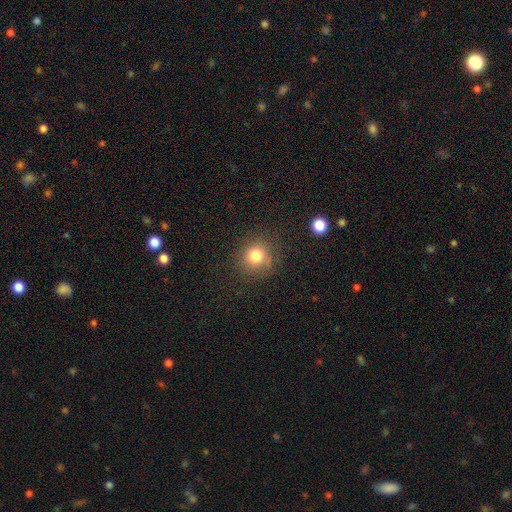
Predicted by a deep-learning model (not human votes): Morphology: type=smooth (80%); roundness=round (88%); merging=none (80%).